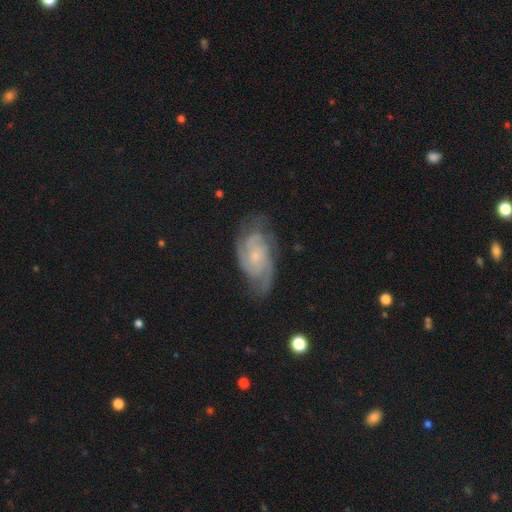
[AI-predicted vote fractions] A featured or disk galaxy (86%) with no bar (65%), 2 (45%) tight (55%) spiral arms (97%) and a small central bulge (73%).

Vote fractions:
- Smooth or featured? featured or disk: 86% / smooth: 8% / star or artifact: 5%
- Edge-on disk? no: 97% / yes: 3%
- Bar? no: 65% / weak: 30% / strong: 5%
- Spiral arms? yes: 97% / no: 3%
- Spiral winding? tight: 55% / medium: 37% / loose: 7%
- Spiral arm count? 2: 45% / 3: 24% / can't tell: 17% / 4: 6% / 1: 4% / more than 4: 4%
- Bulge size? small: 73% / moderate: 17% / none: 8% / large: 1% / dominant: 1%
- Merging? none: 70% / minor disturbance: 21% / major disturbance: 8% / merger: 1%